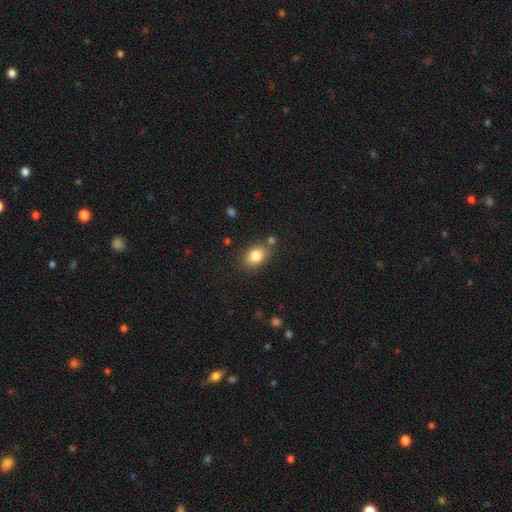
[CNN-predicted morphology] smooth 83%, star or artifact 9%, featured or disk 8%. Down the decision tree: how rounded — in between (71%); merging — none (76%).